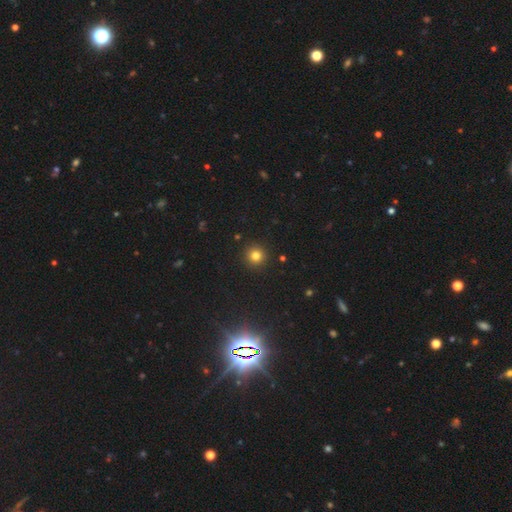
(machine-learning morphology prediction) A smooth galaxy with no disk features (80%) that is round (95%). Merging: none (92%).